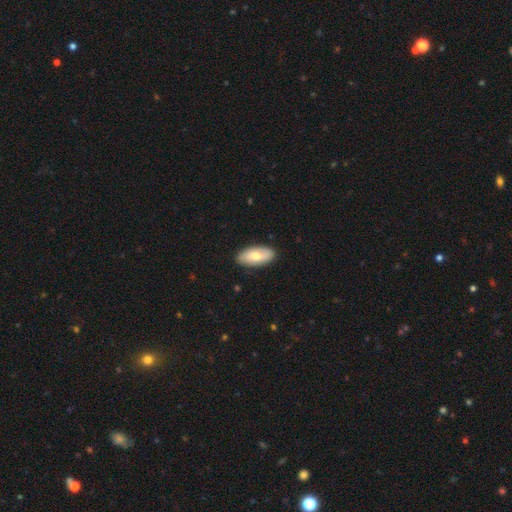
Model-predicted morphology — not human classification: A smooth galaxy with no disk features (64%) that is in between round and cigar-shaped (91%). Merging: none (87%).